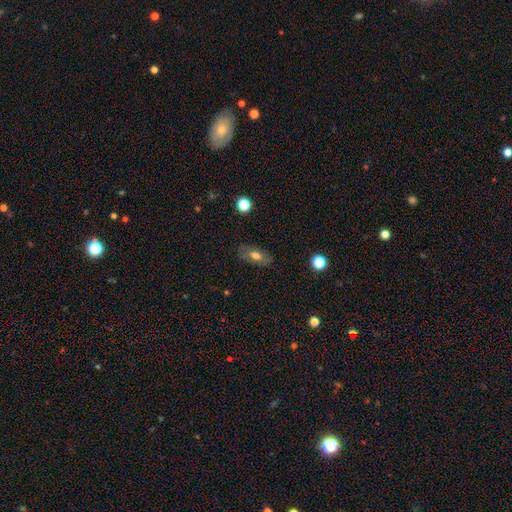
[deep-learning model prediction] Smooth or featured? Predicted: smooth (p=0.65). How rounded? Predicted: in between (p=0.84). Merging? Predicted: none (p=0.80).